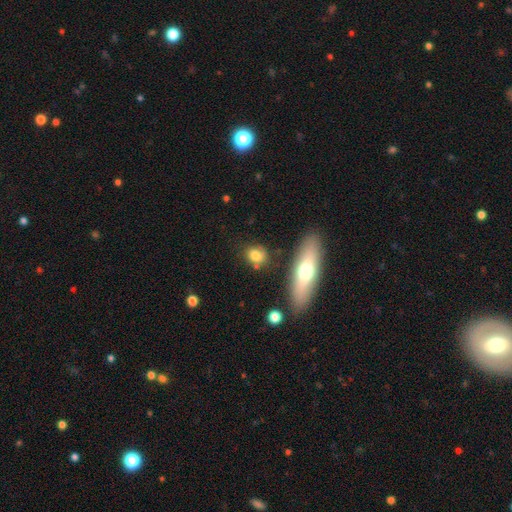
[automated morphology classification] This is likely a smooth galaxy (76%). How rounded: possibly round (55%). Merging: likely none (73%).